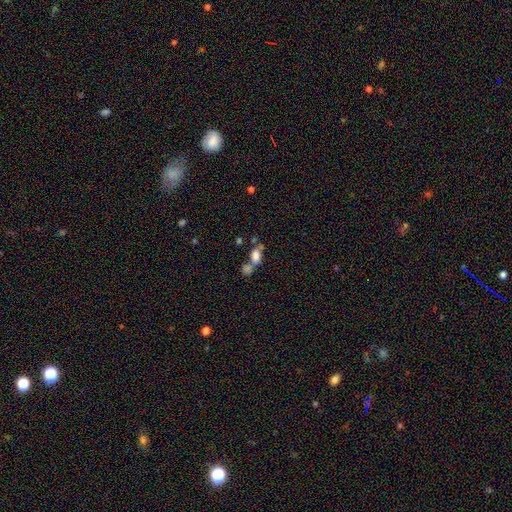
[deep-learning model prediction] smooth-or-featured: smooth: 75% | featured or disk: 13% | star or artifact: 12%
  how-rounded: in between: 80% | round: 16% | cigar-shaped: 4%
  merging: merger: 54% | none: 29% | minor disturbance: 9% | major disturbance: 7%